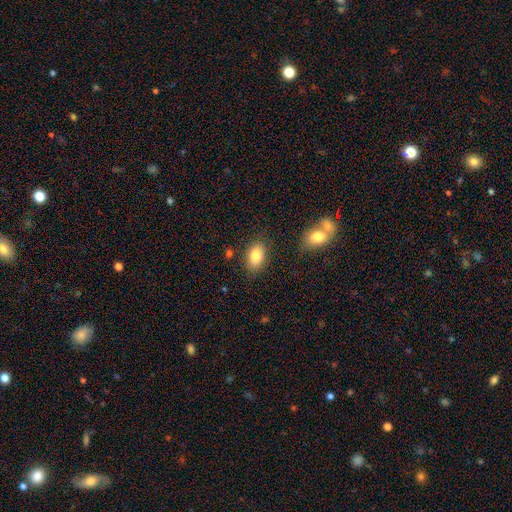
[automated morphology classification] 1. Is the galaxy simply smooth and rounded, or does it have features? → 84% smooth, 8% featured or disk, 8% star or artifact.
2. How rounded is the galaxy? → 90% in between, 8% round, 2% cigar-shaped.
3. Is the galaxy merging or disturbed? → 81% none, 12% minor disturbance, 4% merger, 3% major disturbance.